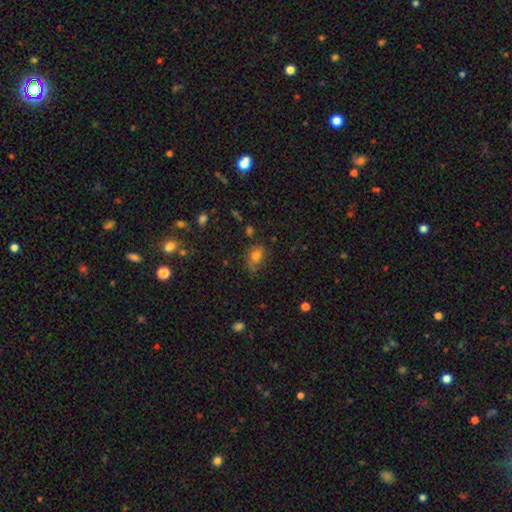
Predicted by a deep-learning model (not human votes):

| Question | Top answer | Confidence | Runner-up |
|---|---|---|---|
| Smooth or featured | smooth | 77% | star or artifact (14%) |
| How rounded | in between | 55% | round (43%) |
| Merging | none | 57% | minor disturbance (27%) |